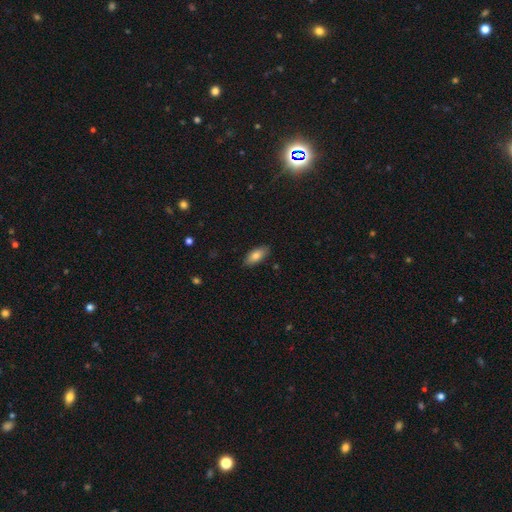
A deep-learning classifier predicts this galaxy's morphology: smooth-or-featured: smooth: 80% | featured or disk: 13% | star or artifact: 7%
  how-rounded: in between: 85% | cigar-shaped: 13% | round: 2%
  merging: none: 87% | minor disturbance: 10% | major disturbance: 2% | merger: 1%